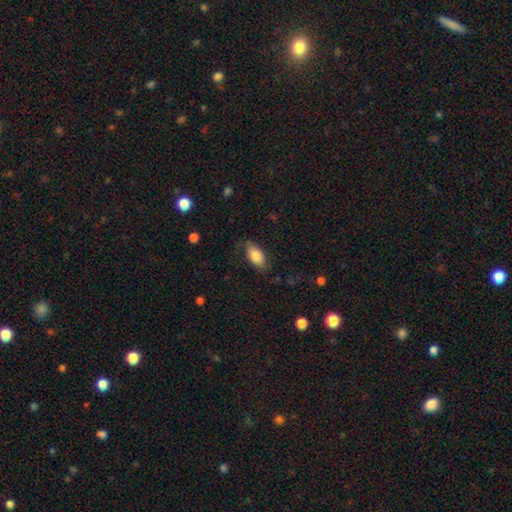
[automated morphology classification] smooth_or_featured: smooth (p=0.76) [alt: featured or disk p=0.17]
how_rounded: in between (p=0.93) [alt: round p=0.04]
merging: none (p=0.69) [alt: minor disturbance p=0.21]